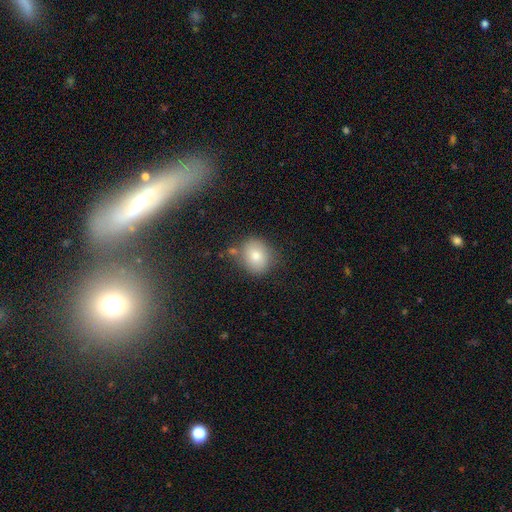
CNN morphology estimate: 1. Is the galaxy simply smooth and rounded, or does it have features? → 80% smooth, 11% featured or disk, 9% star or artifact.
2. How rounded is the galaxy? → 69% round, 30% in between, 1% cigar-shaped.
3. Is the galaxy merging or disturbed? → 73% none, 16% minor disturbance, 7% merger, 4% major disturbance.